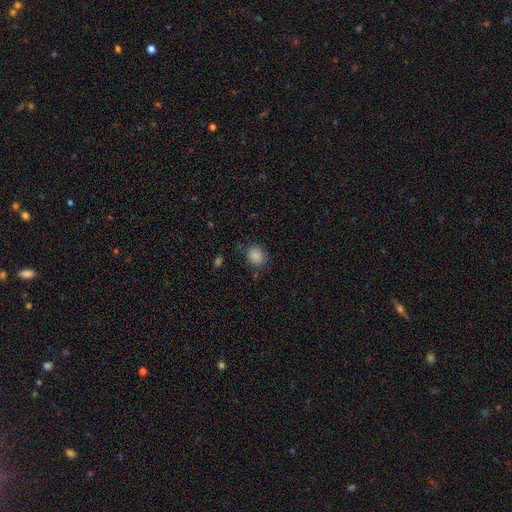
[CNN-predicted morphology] Smooth or featured?
  - smooth: 86% *
  - star or artifact: 9%
  - featured or disk: 4%
How rounded?
  - round: 61% *
  - in between: 39%
  - cigar-shaped: 1%
Merging?
  - none: 80% *
  - minor disturbance: 14%
  - major disturbance: 4%
  - merger: 2%